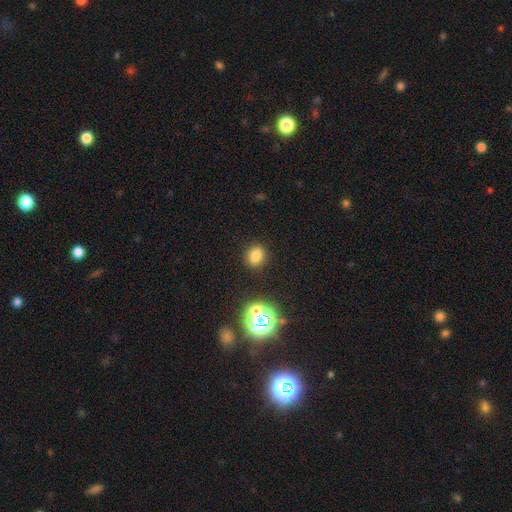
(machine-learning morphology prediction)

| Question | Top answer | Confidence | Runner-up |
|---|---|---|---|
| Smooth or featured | smooth | 76% | star or artifact (17%) |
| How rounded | in between | 55% | round (43%) |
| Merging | none | 86% | minor disturbance (9%) |